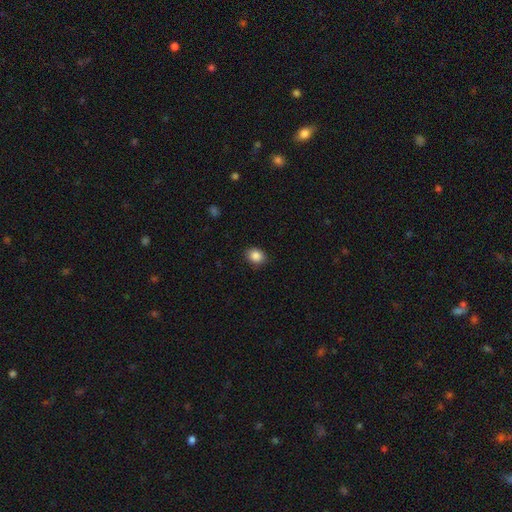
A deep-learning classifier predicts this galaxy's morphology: This is clearly a smooth galaxy (87%). How rounded: possibly round (51%). Merging: clearly none (88%).